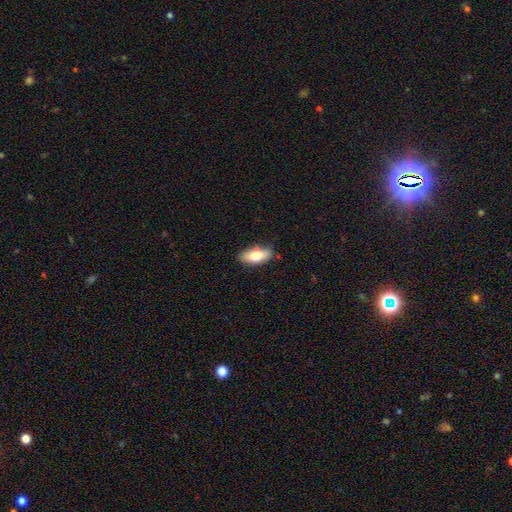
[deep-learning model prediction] A smooth galaxy with no disk features (76%) that is in between round and cigar-shaped (82%).

Vote fractions:
- Smooth or featured? smooth: 76% / featured or disk: 17% / star or artifact: 7%
- How rounded? in between: 82% / cigar-shaped: 15% / round: 3%
- Merging? none: 77% / minor disturbance: 17% / major disturbance: 3% / merger: 3%